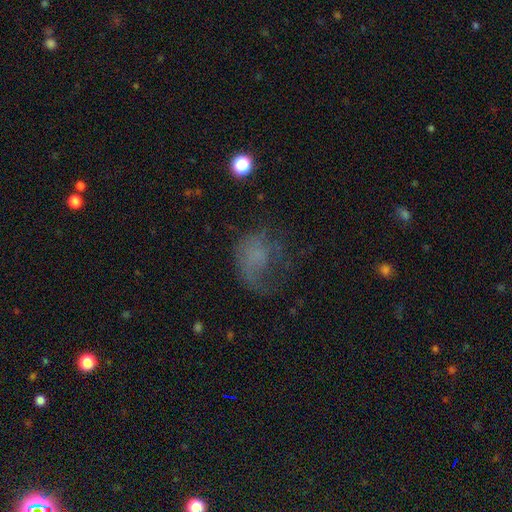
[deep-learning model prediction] smooth_or_featured: smooth (p=0.45) [alt: featured or disk p=0.36]
merging: major disturbance (p=0.45) [alt: none p=0.33]